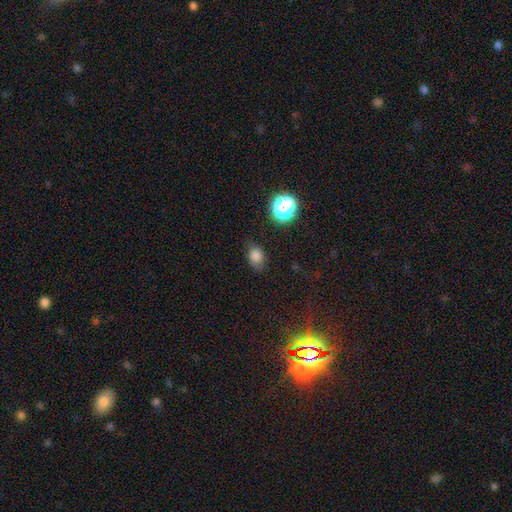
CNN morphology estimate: A smooth galaxy with no disk features (78%) that is in between round and cigar-shaped (64%).

Vote fractions:
- Smooth or featured? smooth: 78% / star or artifact: 15% / featured or disk: 7%
- How rounded? in between: 64% / round: 35% / cigar-shaped: 1%
- Merging? none: 71% / minor disturbance: 21% / major disturbance: 6% / merger: 2%